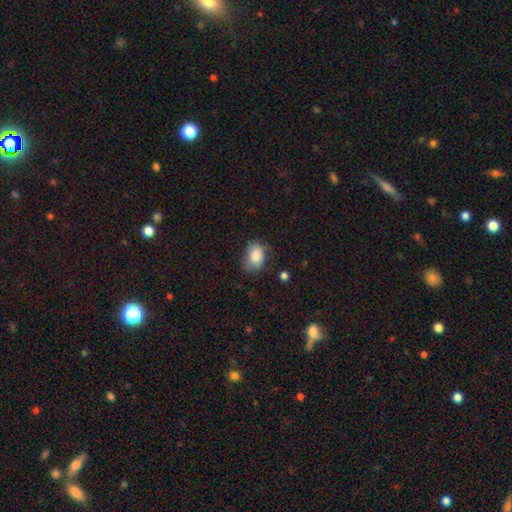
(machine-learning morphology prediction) This appears to be a smooth galaxy with no disk features (84%) that is in between round and cigar-shaped (82%). Merging: none (64%).